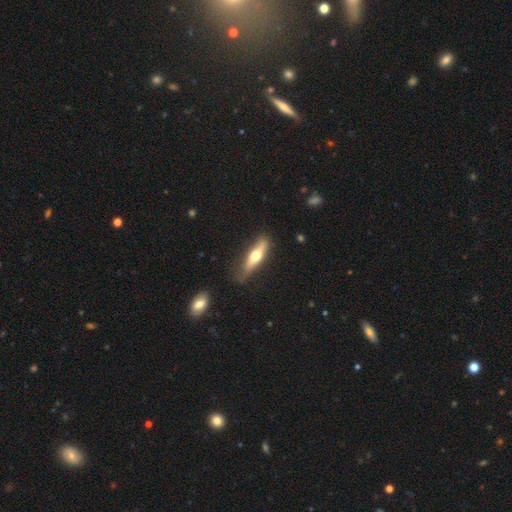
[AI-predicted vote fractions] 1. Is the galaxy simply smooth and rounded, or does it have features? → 53% smooth, 42% featured or disk, 5% star or artifact.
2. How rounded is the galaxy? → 70% cigar-shaped, 28% in between, 2% round.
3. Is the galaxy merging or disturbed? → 73% none, 20% minor disturbance, 5% major disturbance, 2% merger.